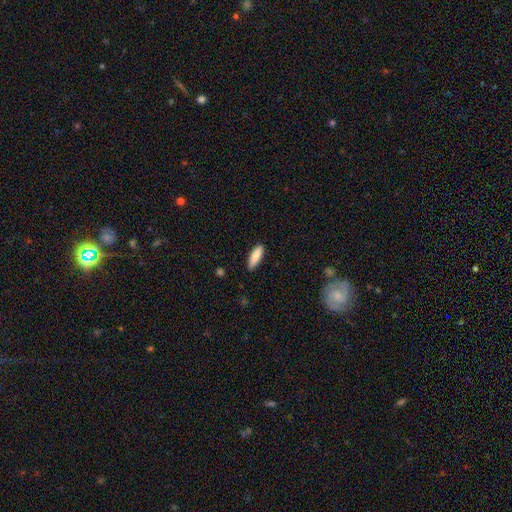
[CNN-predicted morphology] Smooth or featured? Predicted: smooth (p=0.86). How rounded? Predicted: cigar-shaped (p=0.51). Merging? Predicted: none (p=0.85).